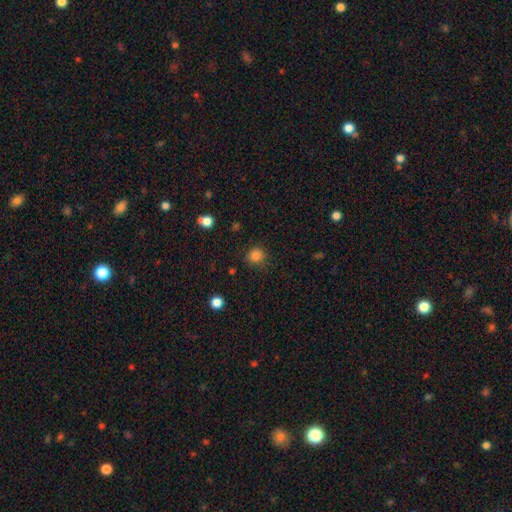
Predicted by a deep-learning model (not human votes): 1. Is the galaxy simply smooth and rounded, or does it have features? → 84% smooth, 12% star or artifact, 4% featured or disk.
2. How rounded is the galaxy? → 89% round, 10% in between, 1% cigar-shaped.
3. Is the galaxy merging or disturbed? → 86% none, 10% minor disturbance, 3% major disturbance, 1% merger.